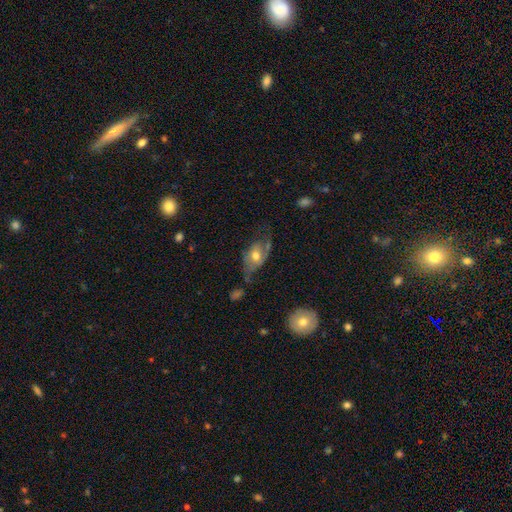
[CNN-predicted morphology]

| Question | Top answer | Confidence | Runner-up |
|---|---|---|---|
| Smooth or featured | featured or disk | 58% | smooth (34%) |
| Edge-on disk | no | 91% | yes (9%) |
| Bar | no | 66% | weak (27%) |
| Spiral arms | yes | 72% | no (28%) |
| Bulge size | moderate | 71% | small (17%) |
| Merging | none | 38% | major disturbance (30%) |